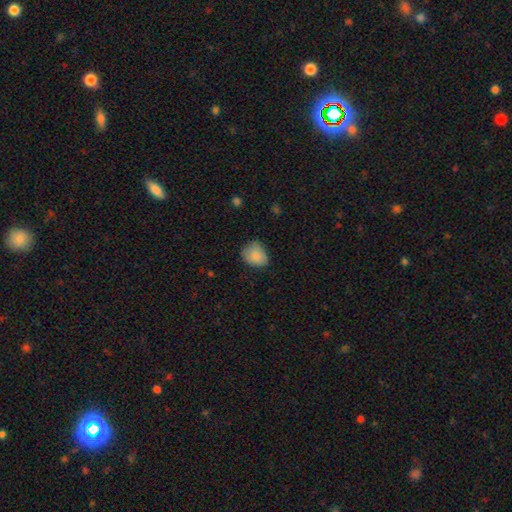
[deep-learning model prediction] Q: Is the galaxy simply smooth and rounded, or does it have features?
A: smooth — 85%.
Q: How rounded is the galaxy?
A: in between — 50%.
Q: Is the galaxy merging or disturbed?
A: none — 61%.